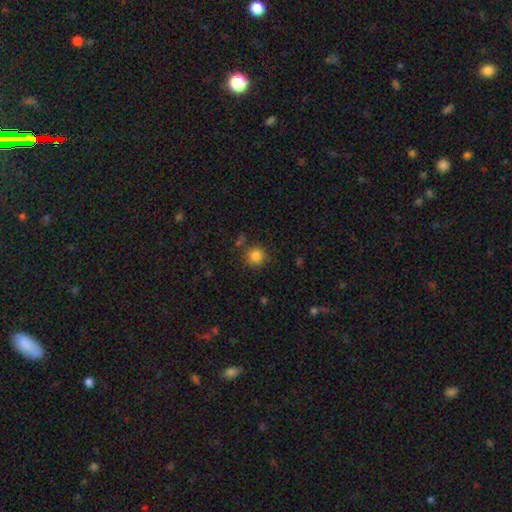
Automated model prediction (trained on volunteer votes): A smooth galaxy with no disk features (84%) that is round (93%). Merging: none (83%).